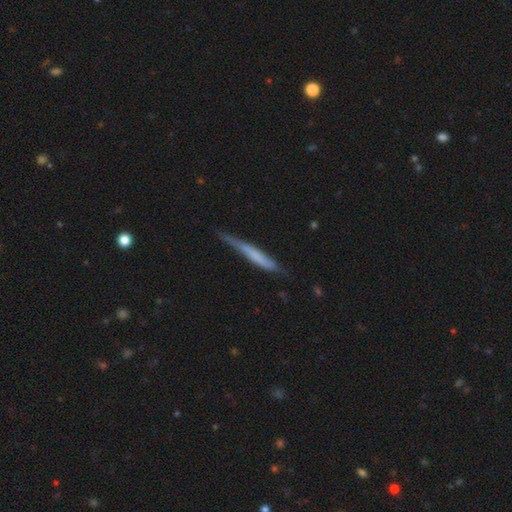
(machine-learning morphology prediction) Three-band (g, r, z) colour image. It shows a smooth galaxy with no disk features (54%) that is cigar-shaped (95%). Merging: none (62%).